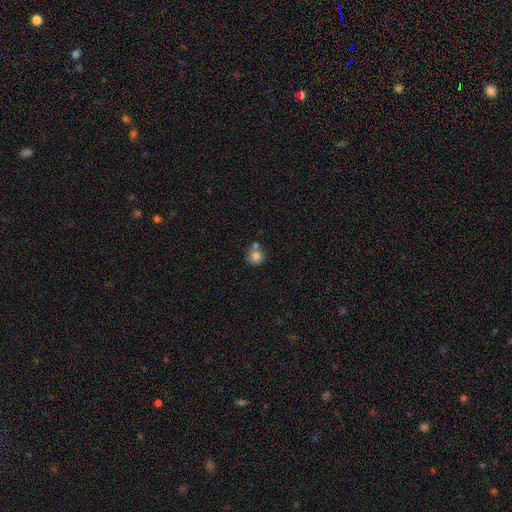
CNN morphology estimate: Smooth or featured: smooth — 81% (star or artifact — 10%)
How rounded: round — 90% (in between — 9%)
Merging: none — 60% (merger — 25%)